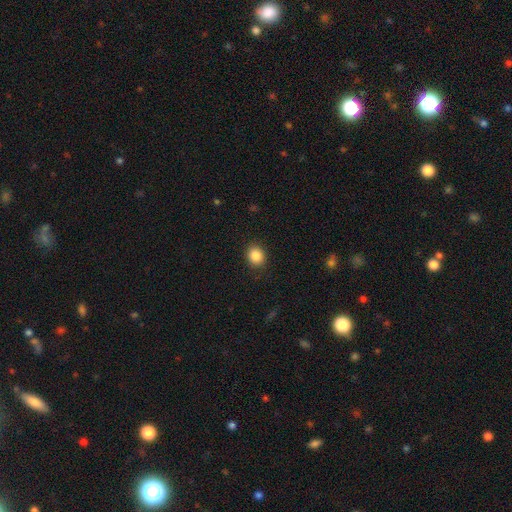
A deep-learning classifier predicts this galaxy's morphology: A smooth galaxy with no disk features (87%) that is round (68%). Merging: none (89%).